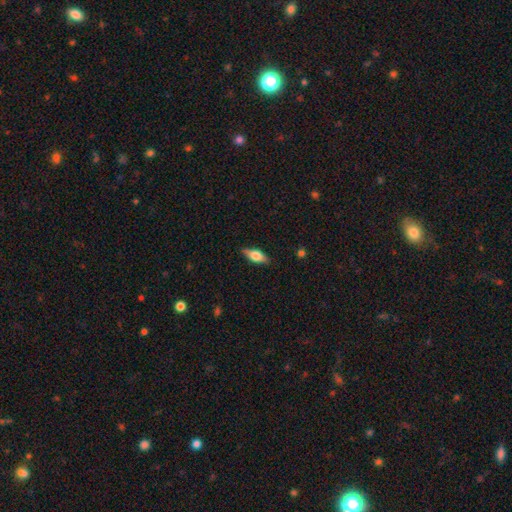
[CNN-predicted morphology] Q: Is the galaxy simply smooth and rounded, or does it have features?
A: smooth — 57%.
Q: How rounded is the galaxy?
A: in between — 71%.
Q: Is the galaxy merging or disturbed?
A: none — 86%.